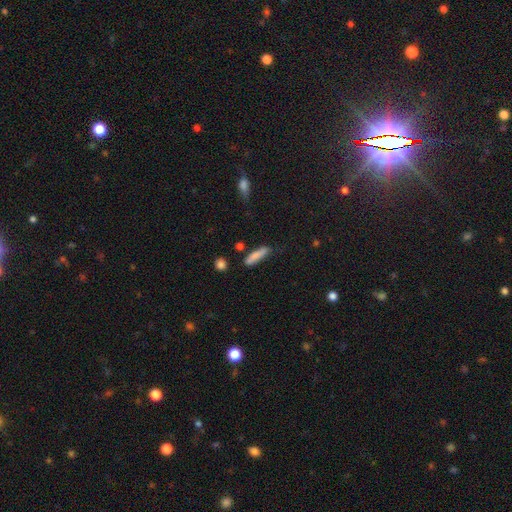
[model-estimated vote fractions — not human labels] Overall: smooth (81%). How rounded: cigar-shaped (75%). Merging: none (70%).